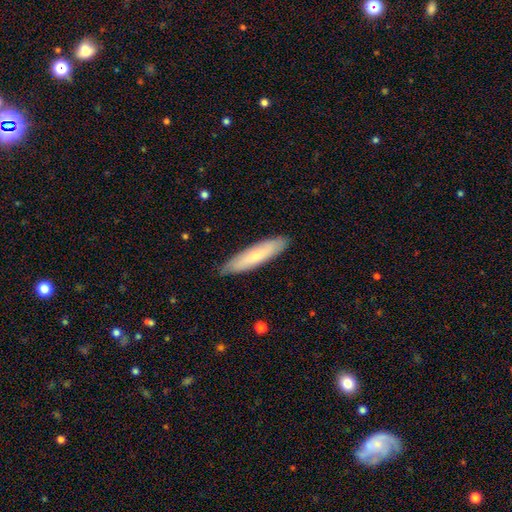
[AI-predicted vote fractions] Smooth or featured? smooth (62%)
How rounded? cigar-shaped (80%)
Merging? none (86%)